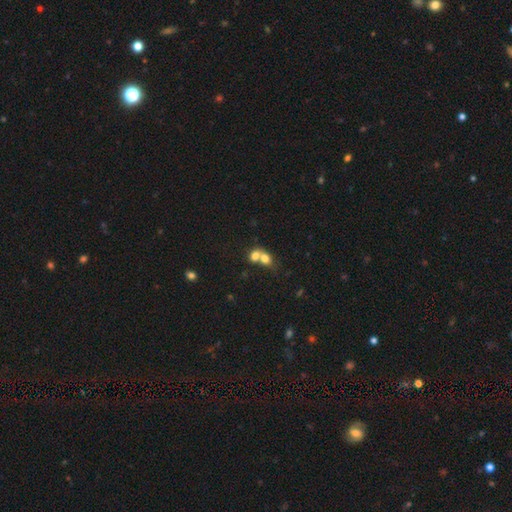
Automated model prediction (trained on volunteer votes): Smooth or featured?
  - smooth: 73% *
  - featured or disk: 16%
  - star or artifact: 11%
How rounded?
  - round: 57% *
  - in between: 41%
  - cigar-shaped: 1%
Merging?
  - merger: 71% *
  - none: 21%
  - minor disturbance: 5%
  - major disturbance: 3%